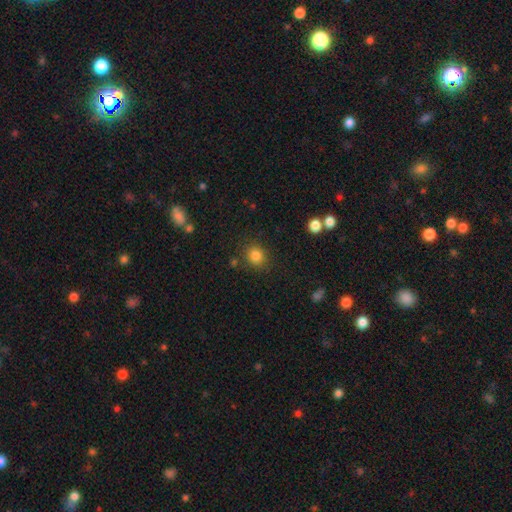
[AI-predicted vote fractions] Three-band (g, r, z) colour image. It shows a smooth galaxy with no disk features (83%) that is round (80%). Merging: none (85%).